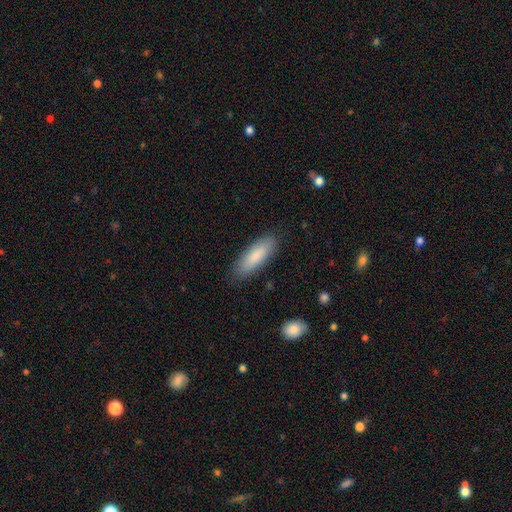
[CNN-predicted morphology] Q: Smooth or featured?
A: smooth (84%); runner-up: featured or disk (10%)
Q: How rounded?
A: in between (55%); runner-up: cigar-shaped (43%)
Q: Merging?
A: none (85%); runner-up: minor disturbance (12%)